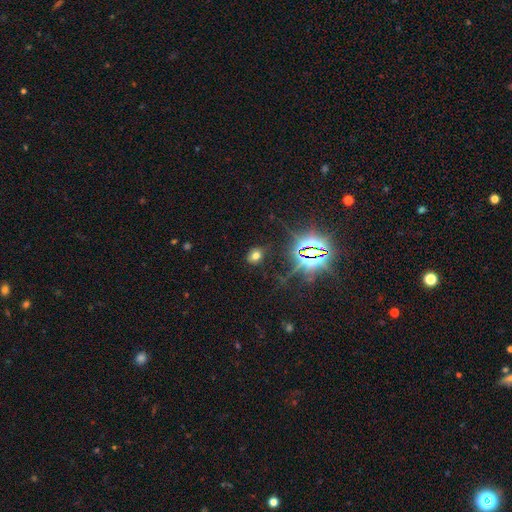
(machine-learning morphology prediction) Smooth or featured? Predicted: smooth (p=0.59). How rounded? Predicted: in between (p=0.58). Merging? Predicted: none (p=0.84).